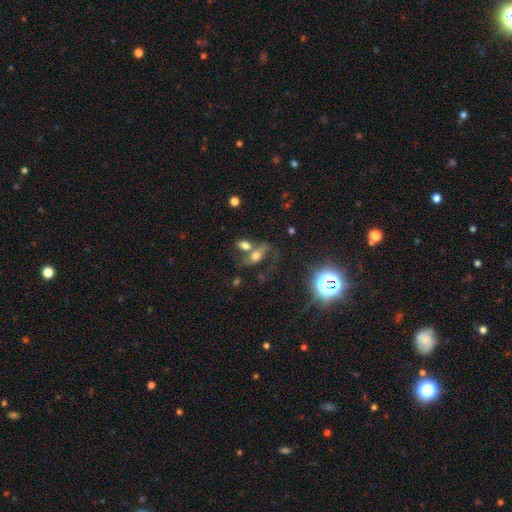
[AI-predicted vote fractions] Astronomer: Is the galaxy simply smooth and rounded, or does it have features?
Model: smooth — 46% (runner-up: featured or disk, 36%).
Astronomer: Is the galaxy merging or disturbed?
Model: merger — 41% (runner-up: none, 36%).